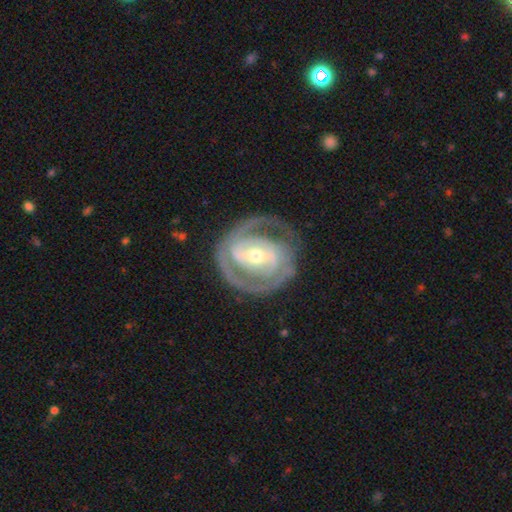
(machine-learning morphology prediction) featured or disk 86%, smooth 9%, star or artifact 4%. Down the decision tree: edge-on disk — no (97%); bar — weak (38%); spiral arms — yes (88%); spiral arm count — 2 (72%); spiral winding — tight (60%); bulge size — moderate (56%); merging — none (74%).